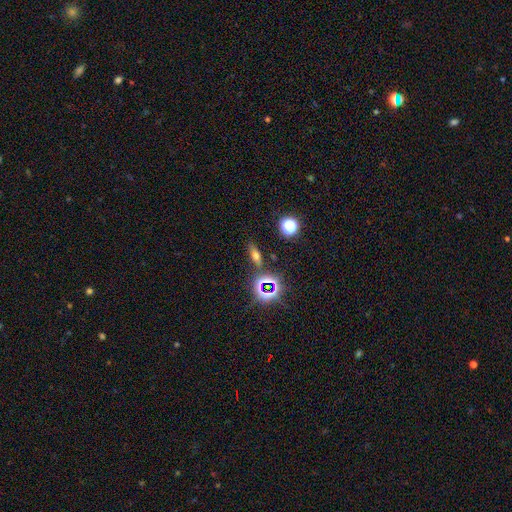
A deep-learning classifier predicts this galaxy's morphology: This appears to be a smooth galaxy with no disk features (50%) that is in between round and cigar-shaped (52%). Merging: none (82%).